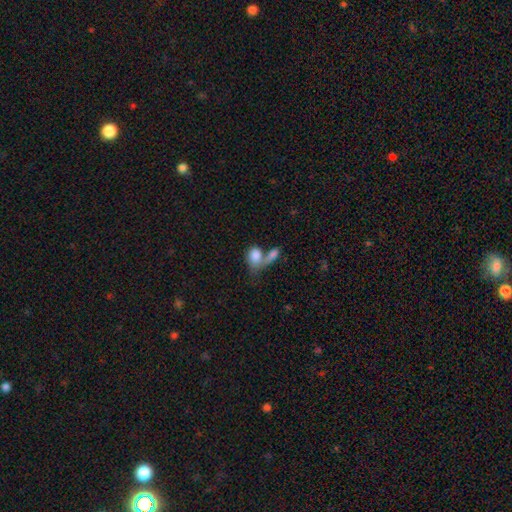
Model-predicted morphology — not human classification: Smooth or featured? Predicted: smooth (p=0.82). How rounded? Predicted: in between (p=0.69). Merging? Predicted: merger (p=0.57).